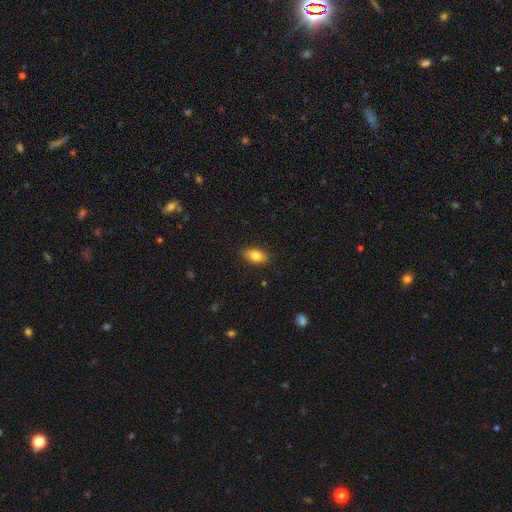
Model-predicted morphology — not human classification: smooth-or-featured: smooth: 82% | featured or disk: 10% | star or artifact: 8%
  how-rounded: in between: 87% | round: 7% | cigar-shaped: 6%
  merging: none: 85% | minor disturbance: 12% | major disturbance: 2% | merger: 1%